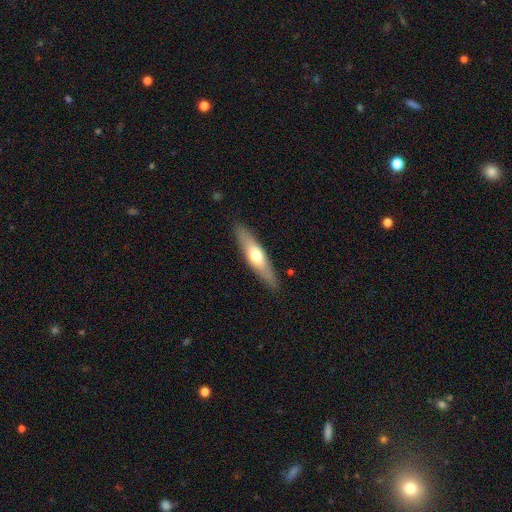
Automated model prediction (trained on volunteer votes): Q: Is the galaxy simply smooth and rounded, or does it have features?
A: smooth — 49%.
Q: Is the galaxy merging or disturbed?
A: none — 88%.